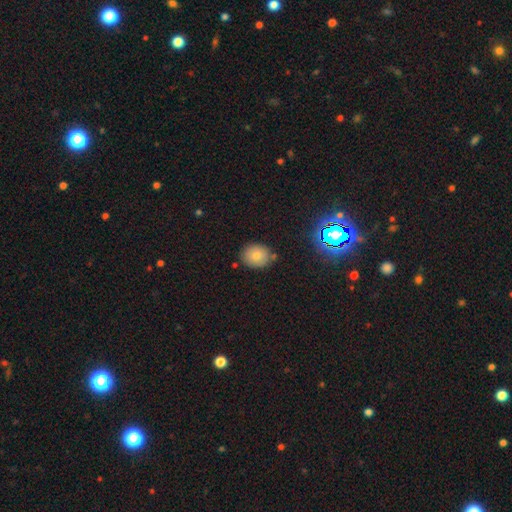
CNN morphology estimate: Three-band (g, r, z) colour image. It shows a smooth galaxy with no disk features (72%) that is round (56%). Merging: none (79%).